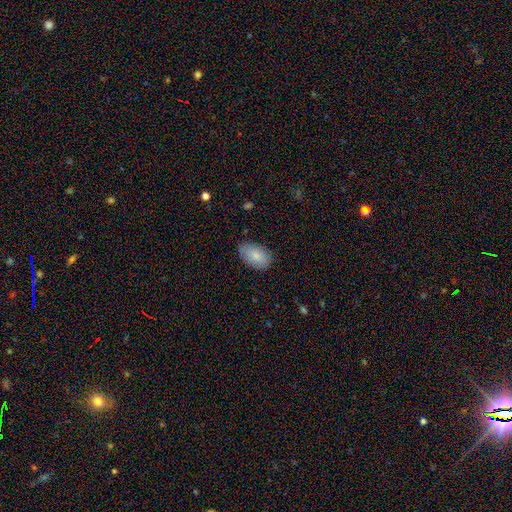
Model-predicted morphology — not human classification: Smooth or featured?
  - smooth: 85% *
  - featured or disk: 9%
  - star or artifact: 6%
How rounded?
  - in between: 93% *
  - round: 5%
  - cigar-shaped: 1%
Merging?
  - none: 79% *
  - minor disturbance: 17%
  - major disturbance: 3%
  - merger: 1%